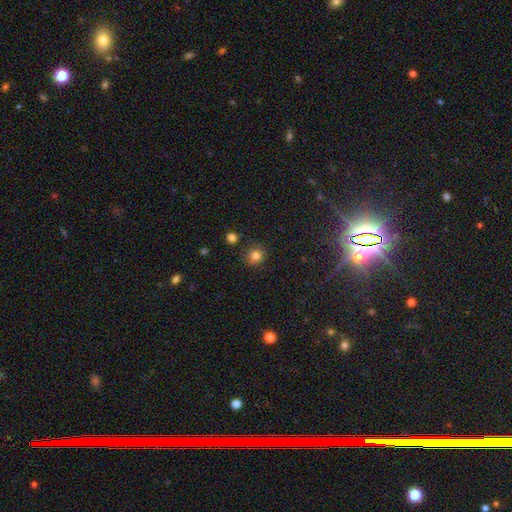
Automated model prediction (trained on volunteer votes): A smooth galaxy with no disk features (81%) that is round (88%).

Vote fractions:
- Smooth or featured? smooth: 81% / star or artifact: 13% / featured or disk: 6%
- How rounded? round: 88% / in between: 12% / cigar-shaped: 1%
- Merging? none: 87% / minor disturbance: 8% / merger: 3% / major disturbance: 2%